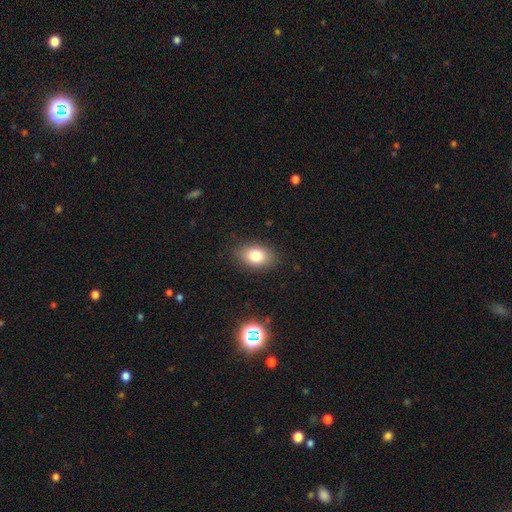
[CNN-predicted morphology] This is likely a smooth galaxy (79%). How rounded: clearly in between (81%). Merging: clearly none (85%).